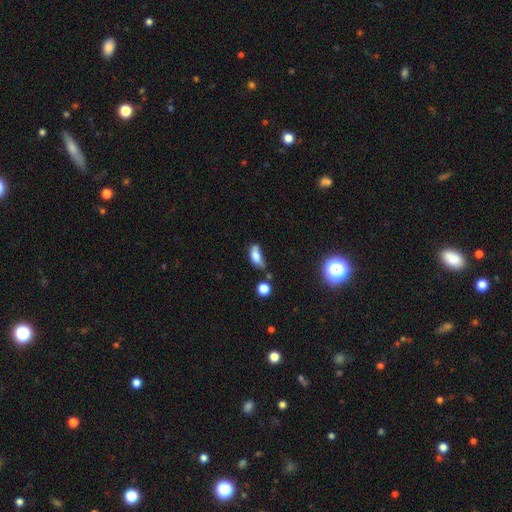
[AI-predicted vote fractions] Morphology: type=smooth (71%); roundness=in between (81%); merging=minor disturbance (34%).